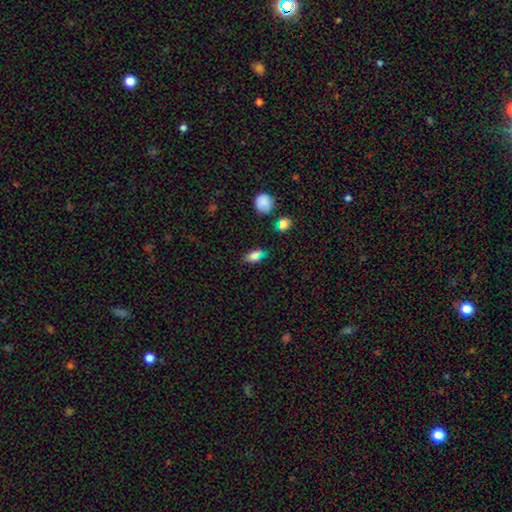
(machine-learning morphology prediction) Smooth or featured? Predicted: smooth (p=0.79). How rounded? Predicted: in between (p=0.83). Merging? Predicted: none (p=0.72).